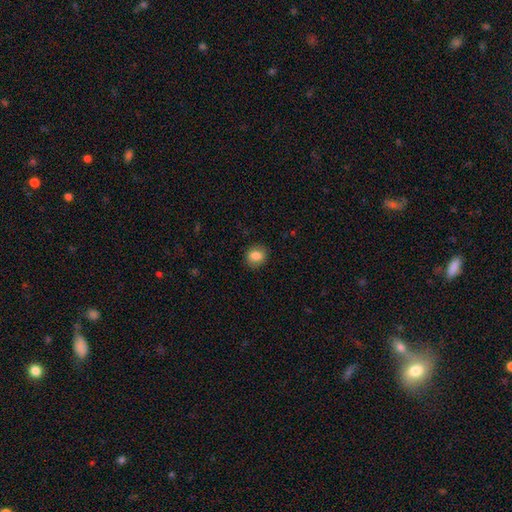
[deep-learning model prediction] This is clearly a smooth galaxy (84%). How rounded: likely round (68%). Merging: clearly none (87%).